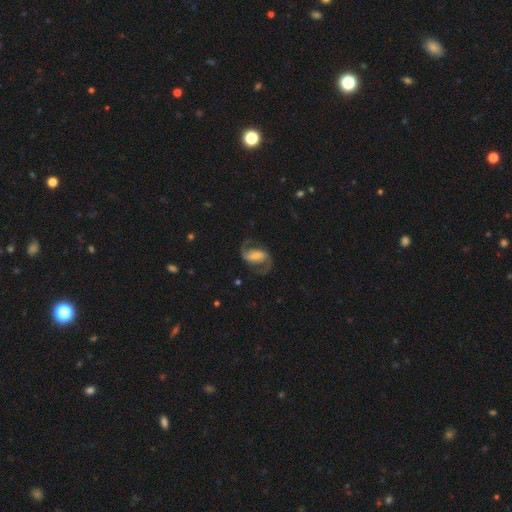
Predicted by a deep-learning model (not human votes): smooth_or_featured: featured or disk (p=0.86) [alt: smooth p=0.08]
disk_edge_on: no (p=0.98) [alt: yes p=0.02]
bar: weak (p=0.41) [alt: strong p=0.38]
has_spiral_arms: yes (p=0.97) [alt: no p=0.03]
spiral_winding: medium (p=0.50) [alt: loose p=0.40]
spiral_arm_count: 2 (p=0.93) [alt: can't tell p=0.02]
bulge_size: small (p=0.40) [alt: moderate p=0.35]
merging: none (p=0.76) [alt: minor disturbance p=0.12]